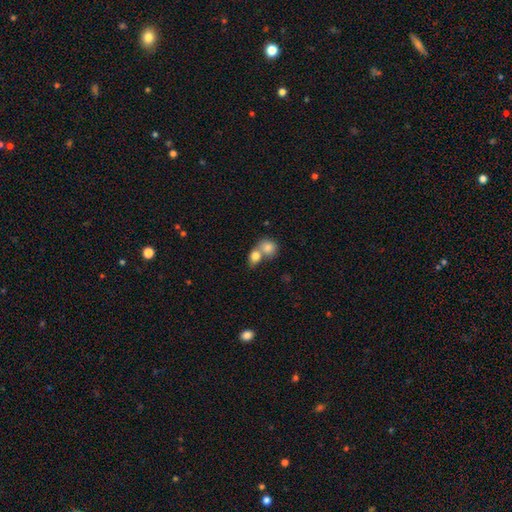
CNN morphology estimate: smooth-or-featured: smooth: 82% | featured or disk: 10% | star or artifact: 8%
  how-rounded: round: 50% | in between: 48% | cigar-shaped: 2%
  merging: merger: 65% | none: 26% | minor disturbance: 6% | major disturbance: 3%